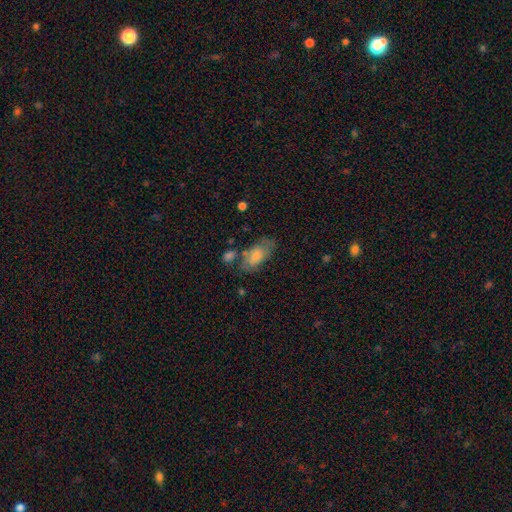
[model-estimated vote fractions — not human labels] Overall: smooth (59%; featured or disk 31%). How rounded: in between (88%). Merging: none (58%; minor disturbance 22%).